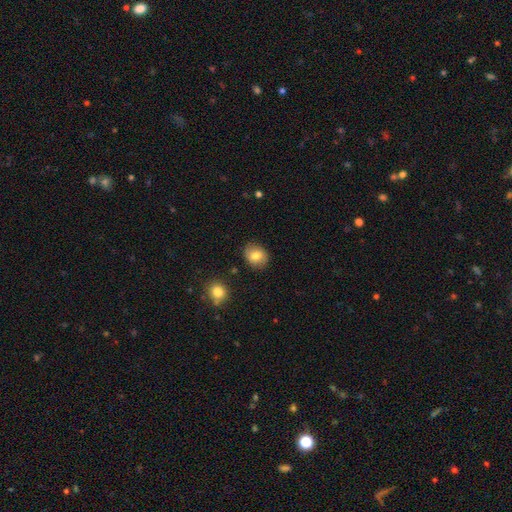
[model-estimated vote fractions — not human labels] smooth 81%, featured or disk 11%, star or artifact 8%. Down the decision tree: how rounded — round (55%); merging — none (85%).